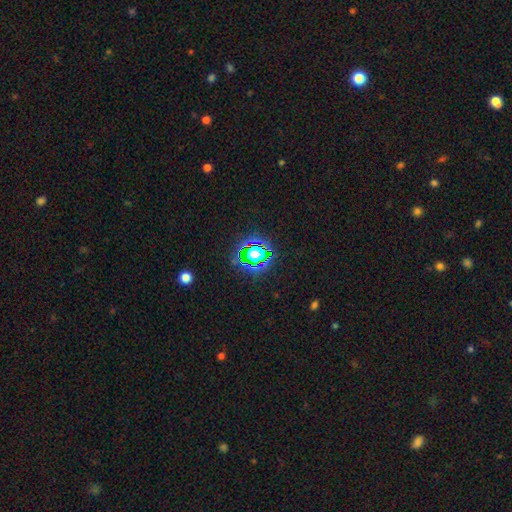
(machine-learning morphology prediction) smooth-or-featured: star or artifact: 66% | smooth: 21% | featured or disk: 13%